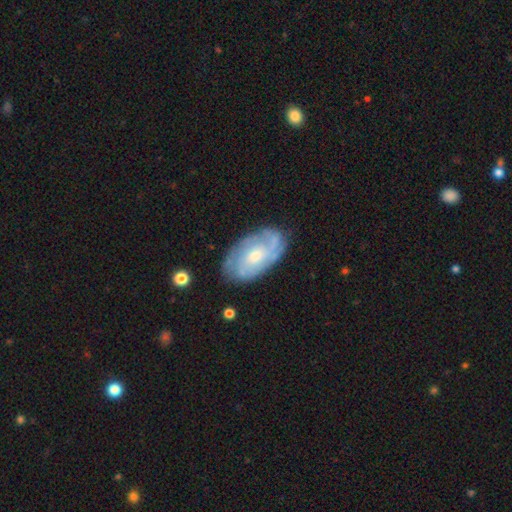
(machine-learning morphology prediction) A featured or disk galaxy (72%) with no bar (71%), tight (58%) spiral arms (85%) and a moderate central bulge (51%). Merging: none (74%).